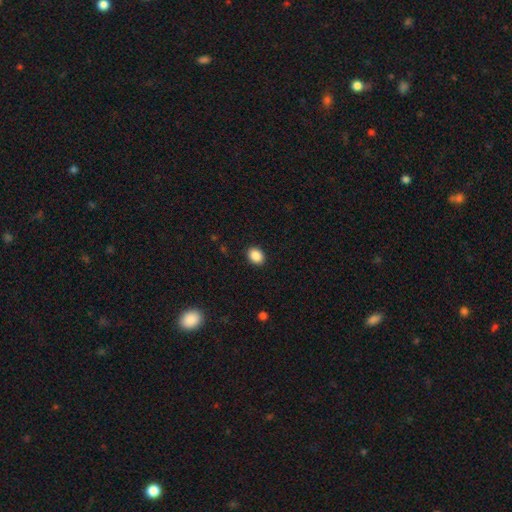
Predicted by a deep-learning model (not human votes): This is clearly a smooth galaxy (89%). How rounded: possibly in between (58%). Merging: clearly none (90%).